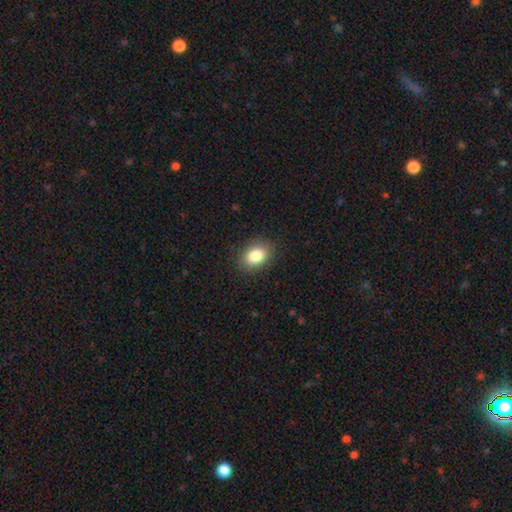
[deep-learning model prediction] Smooth or featured? Predicted: smooth (p=0.84). How rounded? Predicted: in between (p=0.74). Merging? Predicted: none (p=0.87).